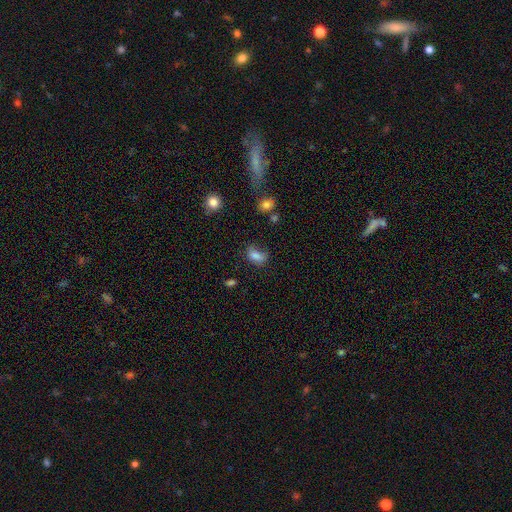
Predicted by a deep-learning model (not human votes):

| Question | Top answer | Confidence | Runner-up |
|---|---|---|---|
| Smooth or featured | smooth | 80% | star or artifact (11%) |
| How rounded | in between | 82% | round (15%) |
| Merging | none | 51% | minor disturbance (30%) |